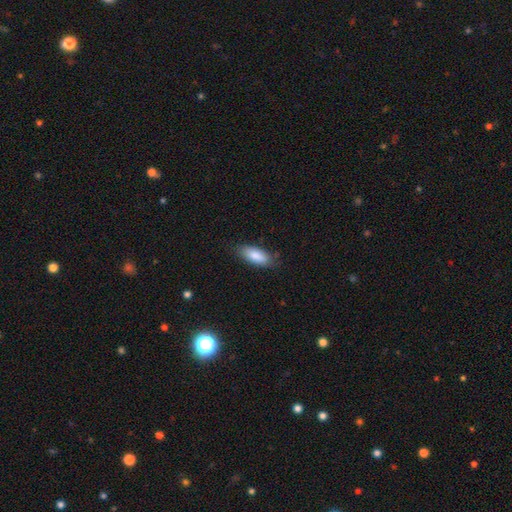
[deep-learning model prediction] Smooth or featured? smooth (85%)
How rounded? in between (82%)
Merging? none (78%)